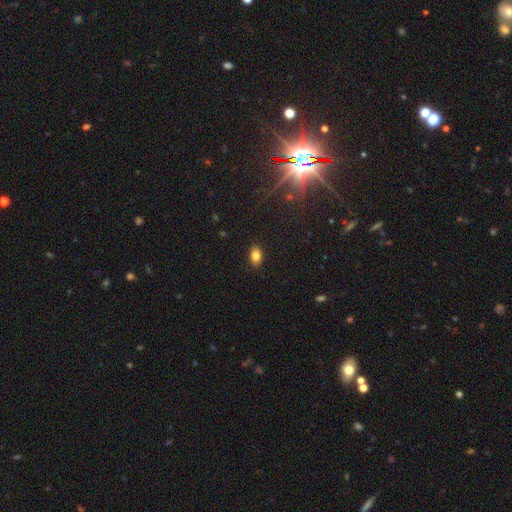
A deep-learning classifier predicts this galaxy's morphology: smooth-or-featured: smooth: 80% | featured or disk: 10% | star or artifact: 10%
  how-rounded: in between: 87% | round: 10% | cigar-shaped: 3%
  merging: none: 88% | minor disturbance: 9% | major disturbance: 2% | merger: 1%